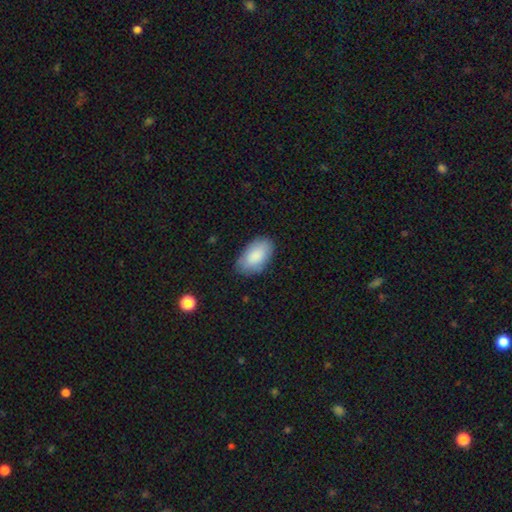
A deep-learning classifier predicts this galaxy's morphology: This is clearly a smooth galaxy (87%). How rounded: clearly in between (95%). Merging: clearly none (81%).